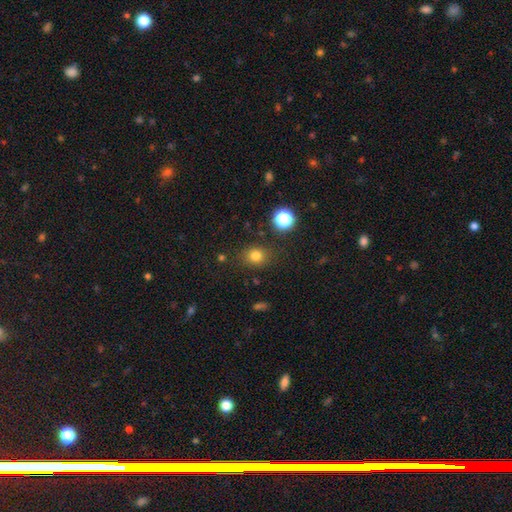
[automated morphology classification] smooth_or_featured: smooth (p=0.77) [alt: star or artifact p=0.16]
how_rounded: round (p=0.71) [alt: in between p=0.28]
merging: none (p=0.83) [alt: minor disturbance p=0.11]